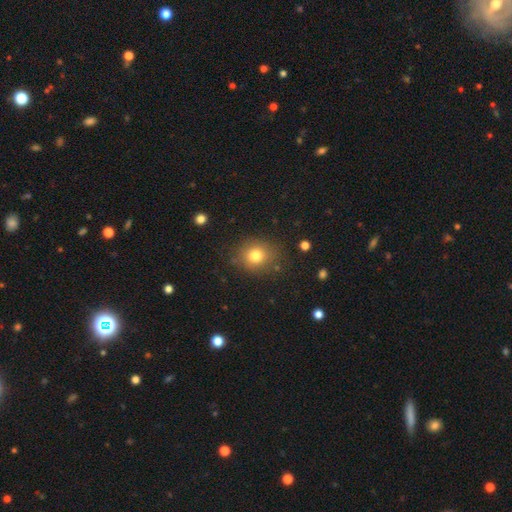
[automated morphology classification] smooth 78%, star or artifact 13%, featured or disk 9%. Down the decision tree: how rounded — round (72%); merging — none (82%).